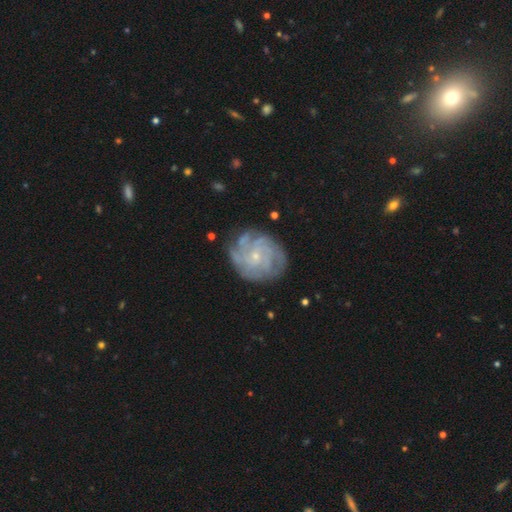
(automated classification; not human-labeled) smooth_or_featured: featured or disk (p=0.80) [alt: smooth p=0.12]
disk_edge_on: no (p=0.97) [alt: yes p=0.03]
bar: no (p=0.74) [alt: weak p=0.22]
has_spiral_arms: yes (p=0.92) [alt: no p=0.08]
spiral_winding: tight (p=0.64) [alt: medium p=0.27]
spiral_arm_count: can't tell (p=0.33) [alt: 4 p=0.22]
bulge_size: small (p=0.80) [alt: moderate p=0.16]
merging: none (p=0.76) [alt: minor disturbance p=0.16]